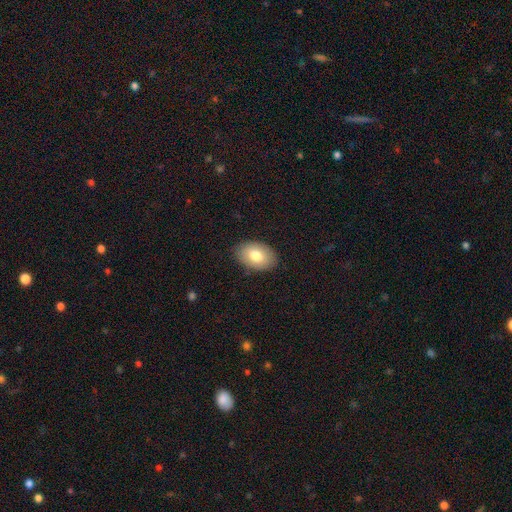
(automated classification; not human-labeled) Smooth or featured? Predicted: smooth (p=0.77). How rounded? Predicted: in between (p=0.90). Merging? Predicted: none (p=0.86).